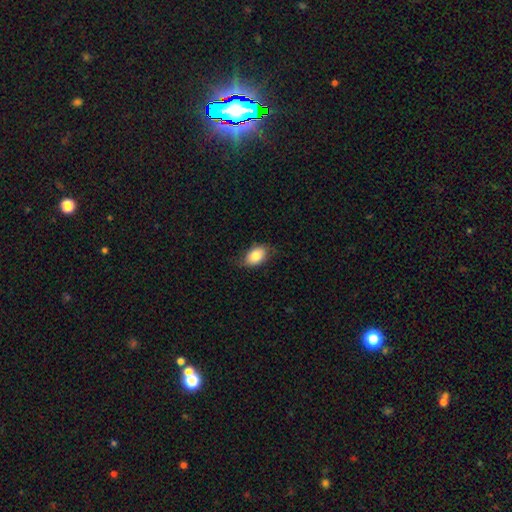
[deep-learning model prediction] smooth 82%, featured or disk 11%, star or artifact 7%. Down the decision tree: how rounded — in between (88%); merging — none (70%).